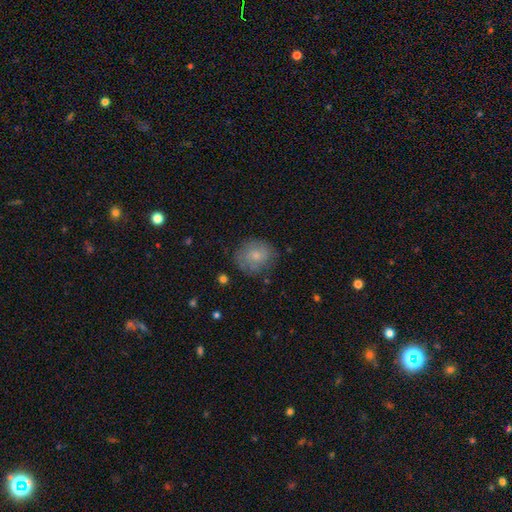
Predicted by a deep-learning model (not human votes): Morphology: type=smooth (66%); roundness=round (76%); merging=none (72%).